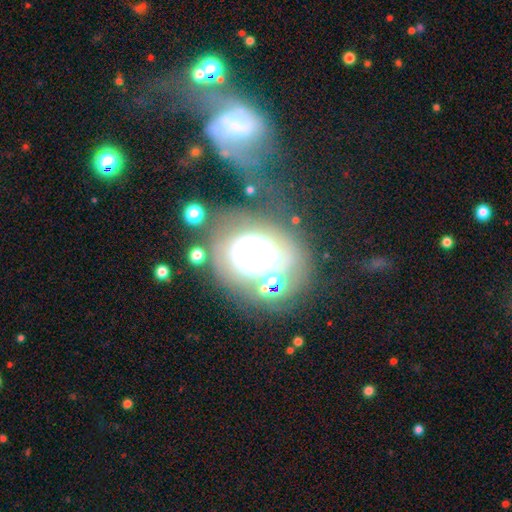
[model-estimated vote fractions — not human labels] smooth-or-featured: featured or disk: 45% | smooth: 29% | star or artifact: 26%
  merging: none: 38% | major disturbance: 26% | minor disturbance: 19% | merger: 17%